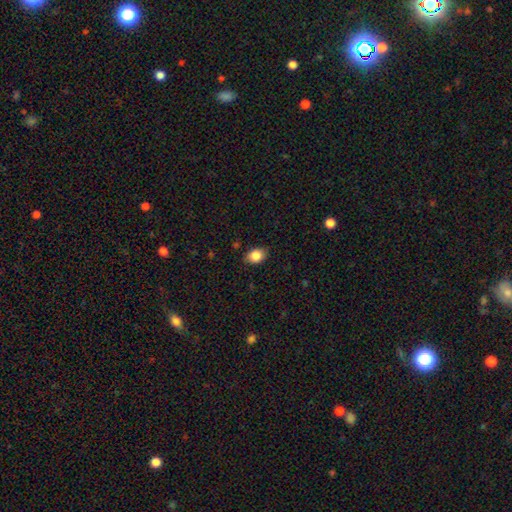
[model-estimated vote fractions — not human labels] Smooth or featured: smooth — 85% (star or artifact — 9%)
How rounded: in between — 72% (round — 27%)
Merging: none — 84% (minor disturbance — 13%)